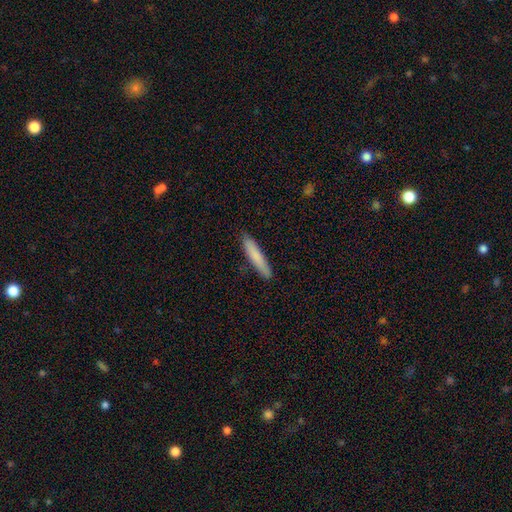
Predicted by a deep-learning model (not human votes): Smooth or featured?
  - smooth: 81% *
  - featured or disk: 13%
  - star or artifact: 6%
How rounded?
  - cigar-shaped: 92% *
  - in between: 7%
  - round: 1%
Merging?
  - none: 88% *
  - minor disturbance: 9%
  - major disturbance: 2%
  - merger: 1%